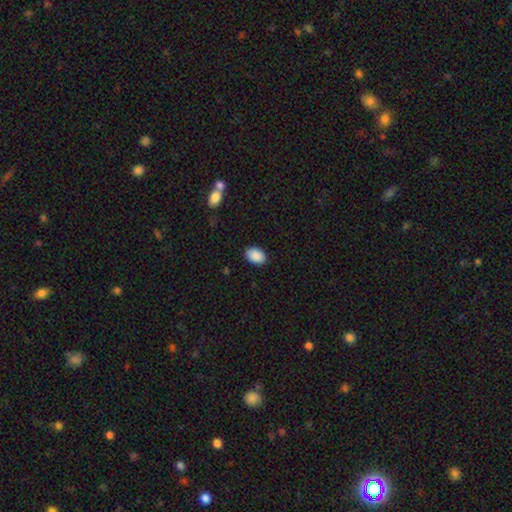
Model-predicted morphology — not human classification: smooth_or_featured: smooth (p=0.90) [alt: star or artifact p=0.07]
how_rounded: in between (p=0.87) [alt: round p=0.11]
merging: none (p=0.88) [alt: minor disturbance p=0.09]